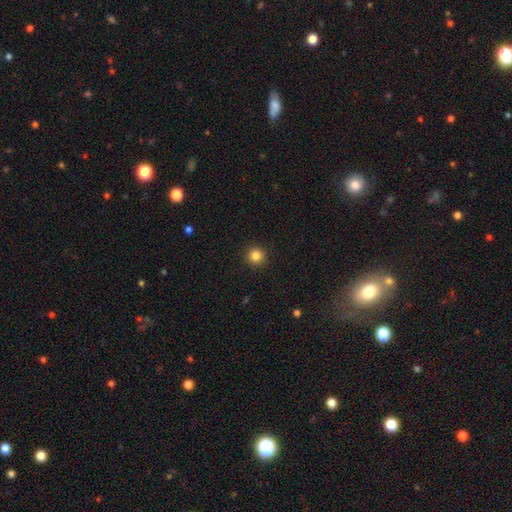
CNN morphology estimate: Smooth or featured: smooth — 84% (star or artifact — 11%)
How rounded: round — 94% (in between — 5%)
Merging: none — 92% (minor disturbance — 5%)